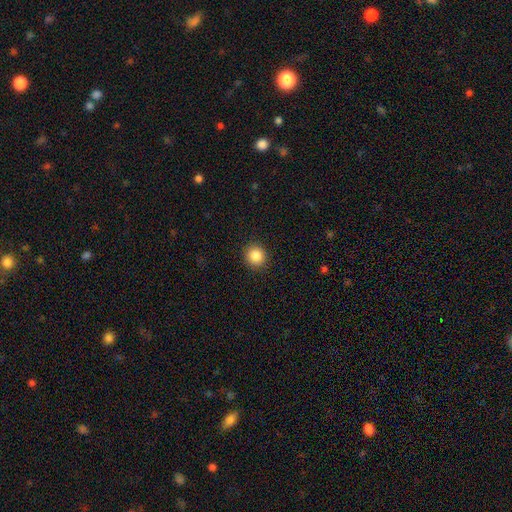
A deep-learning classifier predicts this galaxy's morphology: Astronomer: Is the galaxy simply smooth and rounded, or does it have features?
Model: smooth — 86%.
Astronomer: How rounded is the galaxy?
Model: round — 90%.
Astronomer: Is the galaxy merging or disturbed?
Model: none — 91%.